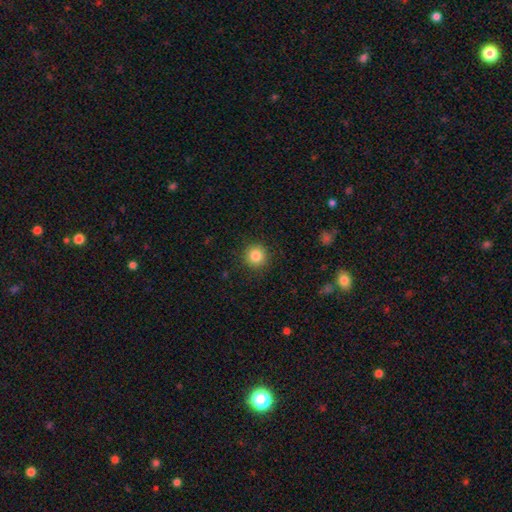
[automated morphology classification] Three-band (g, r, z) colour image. It shows a smooth galaxy with no disk features (84%) that is round (95%). Merging: none (91%).